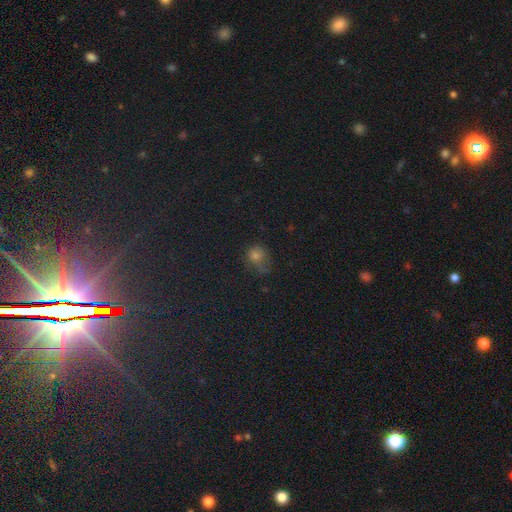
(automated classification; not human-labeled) smooth-or-featured: smooth: 64% | star or artifact: 25% | featured or disk: 11%
  how-rounded: round: 69% | in between: 29% | cigar-shaped: 1%
  merging: none: 48% | minor disturbance: 29% | major disturbance: 19% | merger: 3%